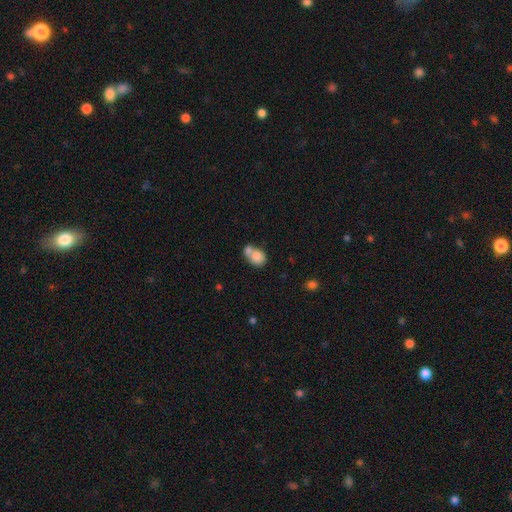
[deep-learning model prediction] smooth 80%, featured or disk 12%, star or artifact 8%. Down the decision tree: how rounded — round (59%); merging — merger (58%).